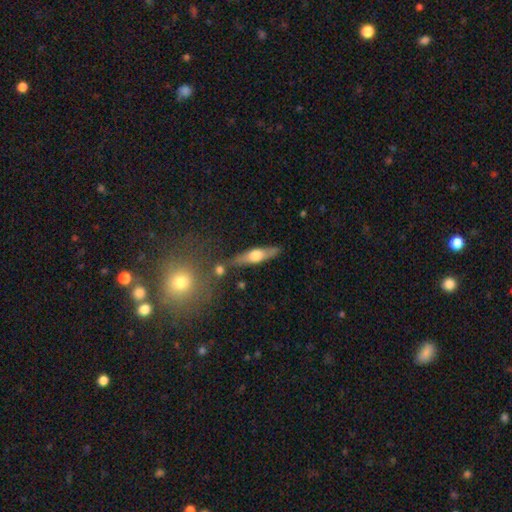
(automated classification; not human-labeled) Smooth or featured? Predicted: featured or disk (p=0.56). Edge-on disk? Predicted: yes (p=0.89). Merging? Predicted: none (p=0.79).